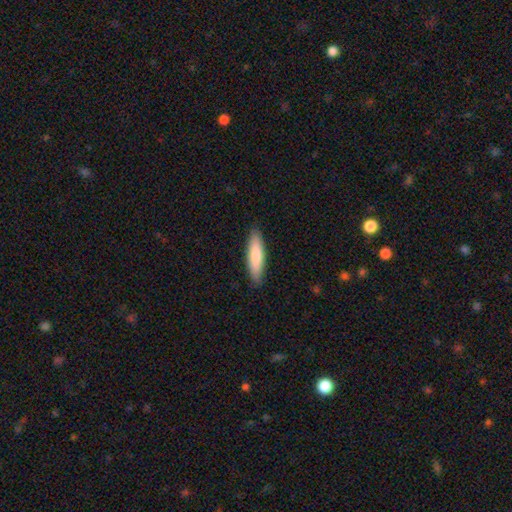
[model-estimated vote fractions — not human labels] Smooth or featured? smooth (80%)
How rounded? cigar-shaped (70%)
Merging? none (88%)